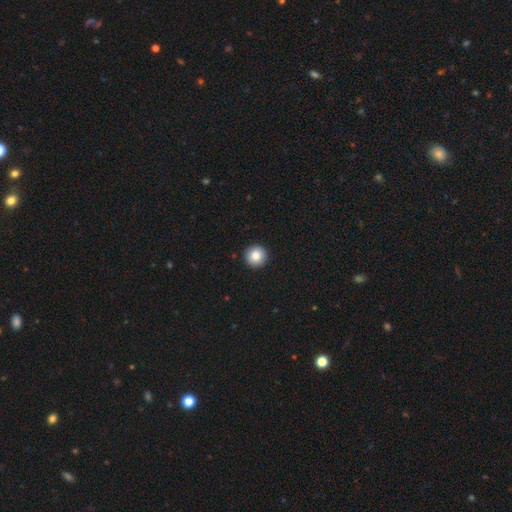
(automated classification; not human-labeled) smooth 85%, star or artifact 9%, featured or disk 6%. Down the decision tree: how rounded — round (96%); merging — none (93%).